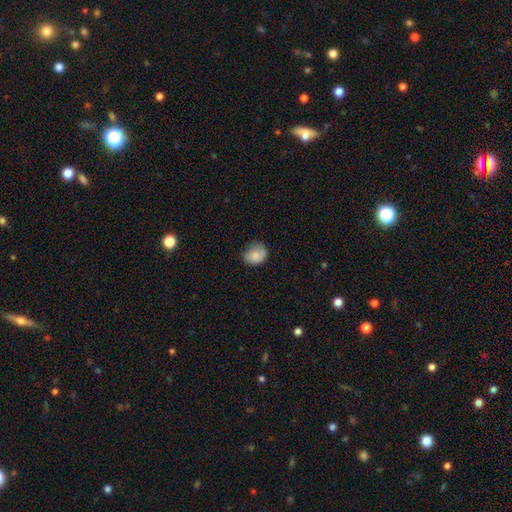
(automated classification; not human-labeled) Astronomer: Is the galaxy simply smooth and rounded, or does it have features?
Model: smooth — 80%.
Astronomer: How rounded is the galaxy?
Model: round — 68%.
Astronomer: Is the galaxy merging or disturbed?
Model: none — 59%.